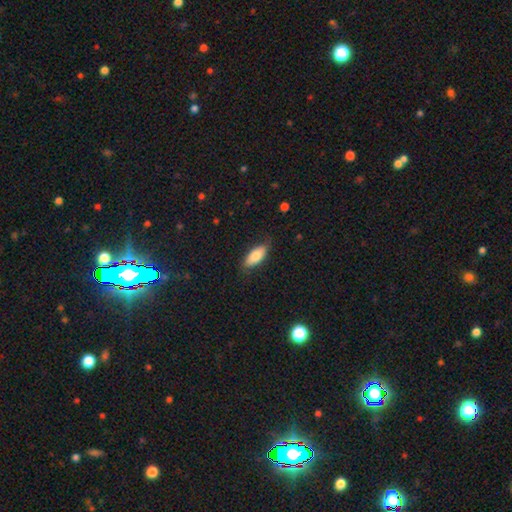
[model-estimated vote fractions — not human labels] smooth 77%, featured or disk 17%, star or artifact 6%. Down the decision tree: how rounded — in between (83%); merging — none (79%).